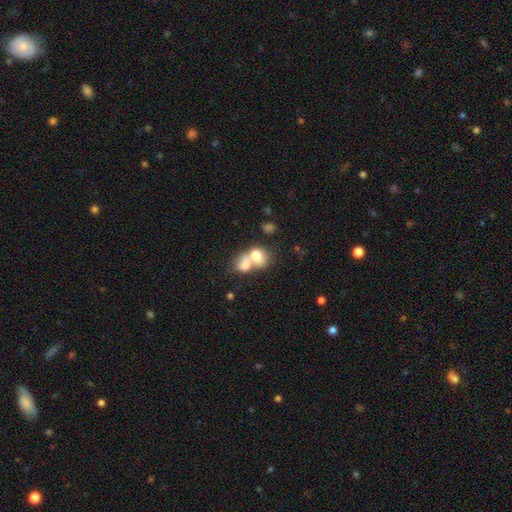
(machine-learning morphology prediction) The model was most divided on "how rounded": in between: 53%, round: 46%, cigar-shaped: 1%. More confident: merging — merger (71%); smooth or featured — smooth (71%).